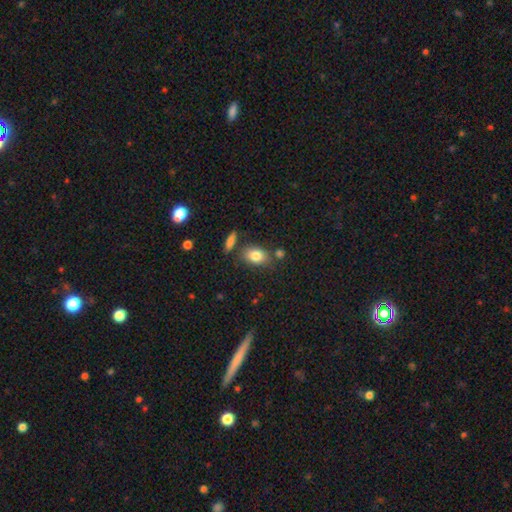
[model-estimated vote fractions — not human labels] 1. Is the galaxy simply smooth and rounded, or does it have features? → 82% smooth, 9% featured or disk, 8% star or artifact.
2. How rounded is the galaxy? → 79% in between, 19% round, 2% cigar-shaped.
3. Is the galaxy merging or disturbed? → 71% none, 14% minor disturbance, 10% merger, 4% major disturbance.